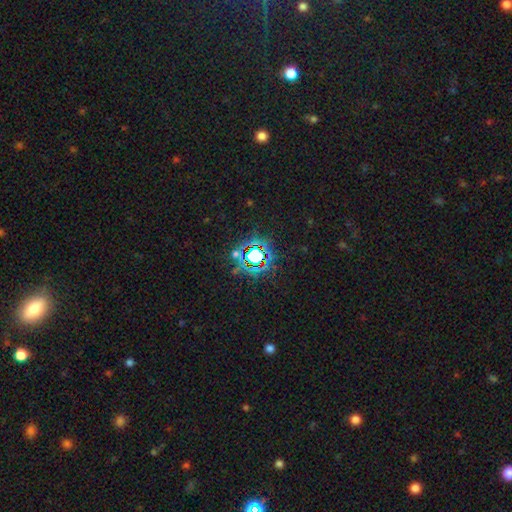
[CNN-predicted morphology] A star or artifact, not a galaxy (74%).